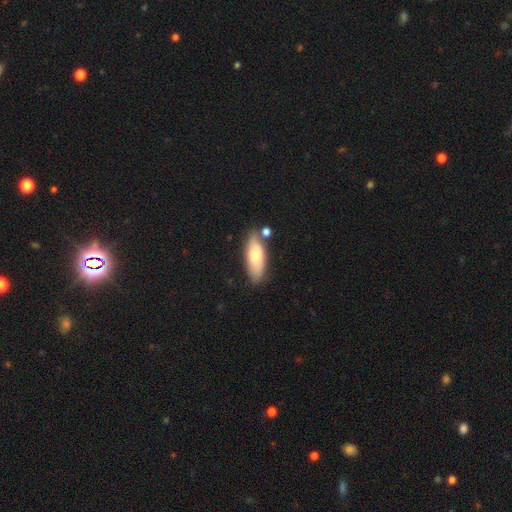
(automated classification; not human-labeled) Smooth or featured? smooth (68%)
How rounded? in between (70%)
Merging? none (67%)